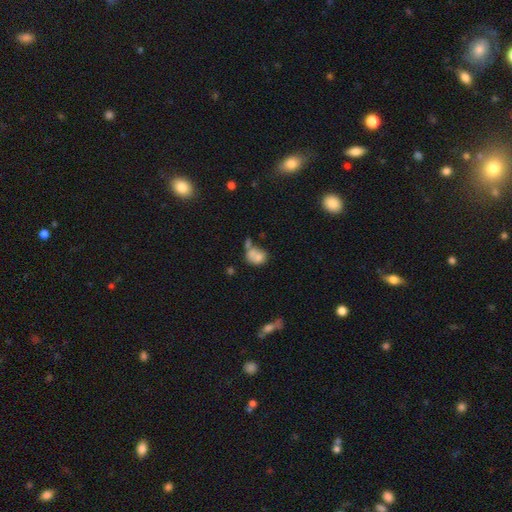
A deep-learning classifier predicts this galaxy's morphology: Smooth or featured?
  - smooth: 74% *
  - featured or disk: 16%
  - star or artifact: 10%
How rounded?
  - in between: 54% *
  - round: 45%
  - cigar-shaped: 1%
Merging?
  - merger: 46% *
  - none: 27%
  - minor disturbance: 15%
  - major disturbance: 11%